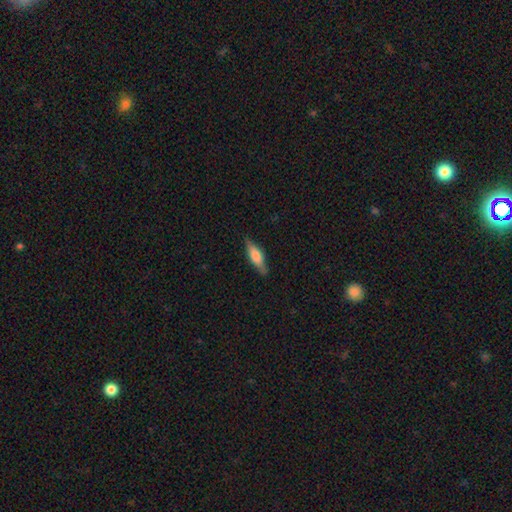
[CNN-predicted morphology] smooth 57%, featured or disk 37%, star or artifact 6%. Down the decision tree: how rounded — cigar-shaped (54%); merging — none (83%).